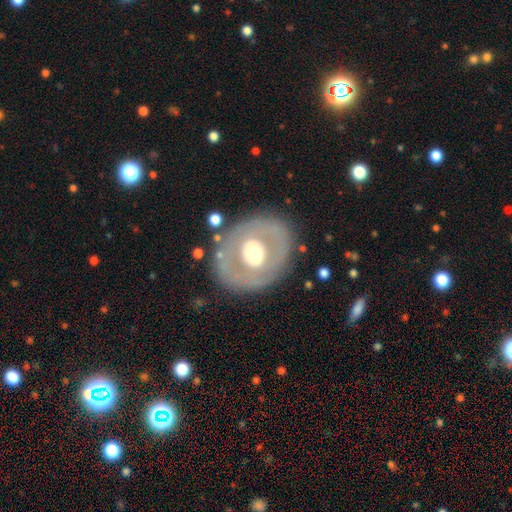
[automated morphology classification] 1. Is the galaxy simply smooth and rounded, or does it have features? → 59% featured or disk, 35% smooth, 6% star or artifact.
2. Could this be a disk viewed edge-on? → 94% no, 6% yes.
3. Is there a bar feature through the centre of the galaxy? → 76% no, 16% weak, 7% strong.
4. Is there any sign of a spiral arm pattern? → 87% no, 13% yes.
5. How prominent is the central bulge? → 60% moderate, 31% large, 6% small, 3% dominant, 1% none.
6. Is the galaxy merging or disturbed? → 80% none, 11% minor disturbance, 6% major disturbance, 2% merger.